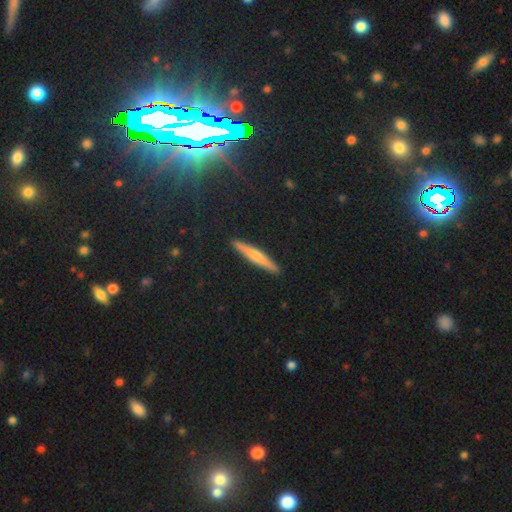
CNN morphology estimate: Smooth or featured: smooth — 52% (featured or disk — 41%)
How rounded: cigar-shaped — 94% (in between — 4%)
Merging: none — 92% (minor disturbance — 6%)